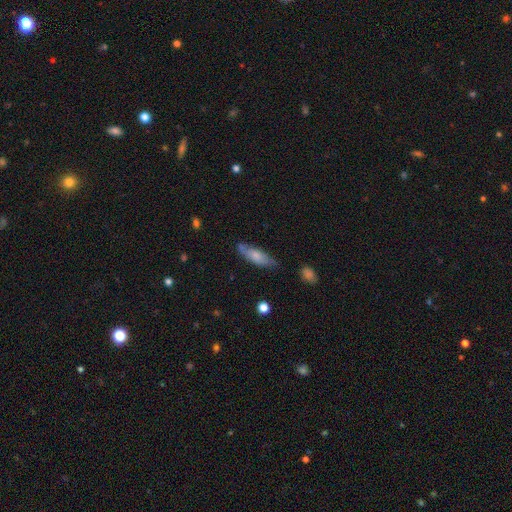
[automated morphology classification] Smooth or featured: smooth — 63% (featured or disk — 31%)
How rounded: in between — 57% (cigar-shaped — 41%)
Merging: none — 67% (minor disturbance — 24%)